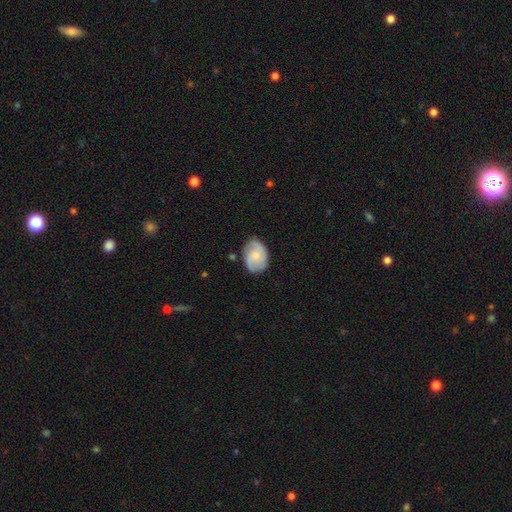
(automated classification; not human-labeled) A featured or disk galaxy (53%) with no bar (74%), spiral arms (88%) and a small central bulge (59%).

Vote fractions:
- Smooth or featured? featured or disk: 53% / smooth: 41% / star or artifact: 6%
- Edge-on disk? no: 97% / yes: 3%
- Bar? no: 74% / weak: 23% / strong: 3%
- Spiral arms? yes: 88% / no: 12%
- Bulge size? small: 59% / moderate: 32% / none: 6% / large: 2% / dominant: 1%
- Merging? none: 72% / minor disturbance: 21% / major disturbance: 5% / merger: 2%